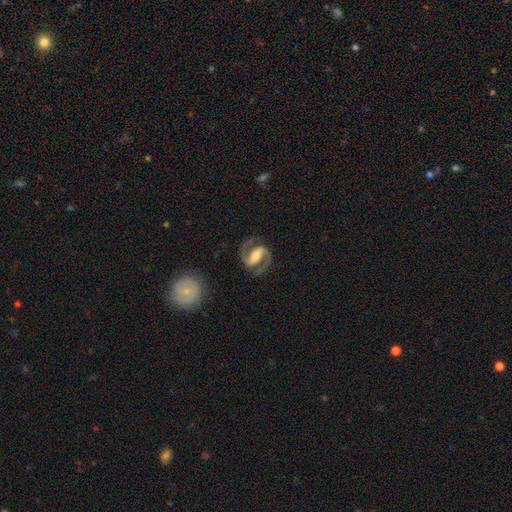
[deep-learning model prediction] Smooth or featured? Predicted: featured or disk (p=0.91). Edge-on disk? Predicted: no (p=0.98). Bar? Predicted: strong (p=0.55). Spiral arms? Predicted: yes (p=0.98). Spiral winding? Predicted: medium (p=0.65). Spiral arm count? Predicted: 2 (p=0.94). Bulge size? Predicted: moderate (p=0.53). Merging? Predicted: none (p=0.83).